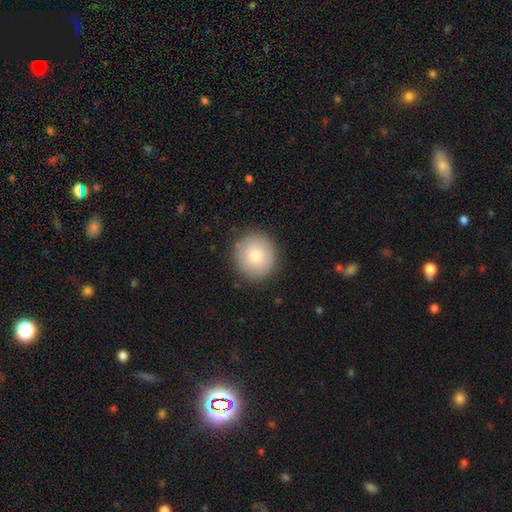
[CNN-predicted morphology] This is clearly a smooth galaxy (81%). How rounded: clearly round (91%). Merging: clearly none (88%).